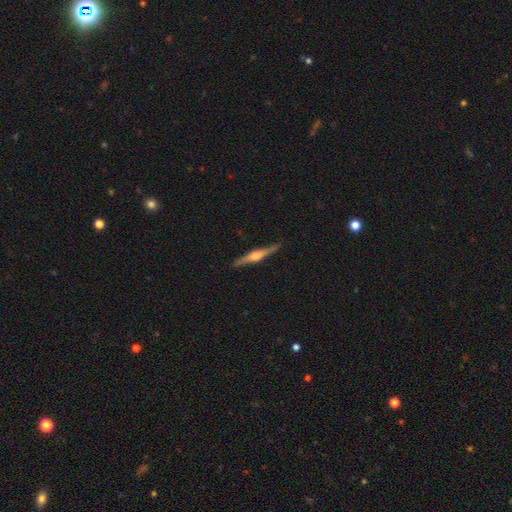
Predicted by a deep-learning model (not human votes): Overall: featured or disk (77%). Edge-on disk: yes (98%). Edge-on bulge: rounded (91%). Merging: none (90%).